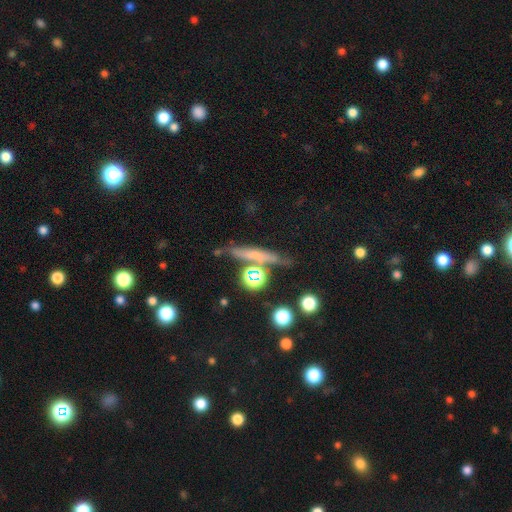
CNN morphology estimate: A smooth galaxy with no disk features (45%). Merging: none (69%).